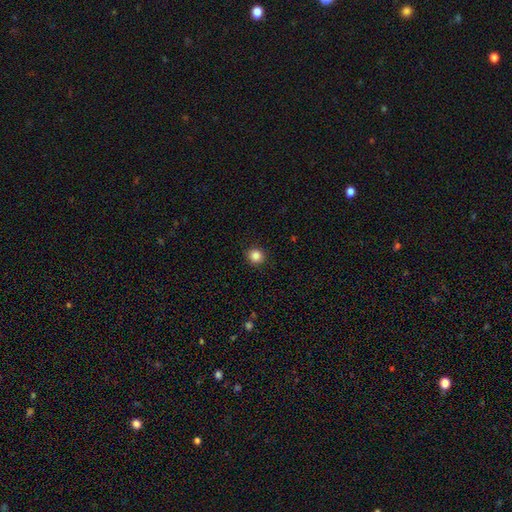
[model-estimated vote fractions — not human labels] Morphology: type=smooth (85%); roundness=round (89%); merging=none (91%).